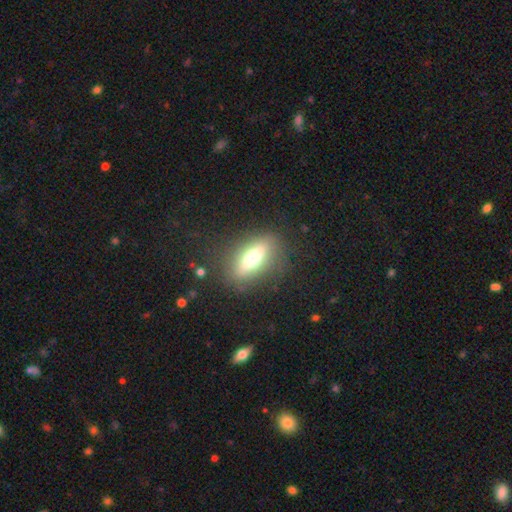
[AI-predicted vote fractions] A smooth galaxy with no disk features (52%) that is in between round and cigar-shaped (56%). Merging: none (83%).